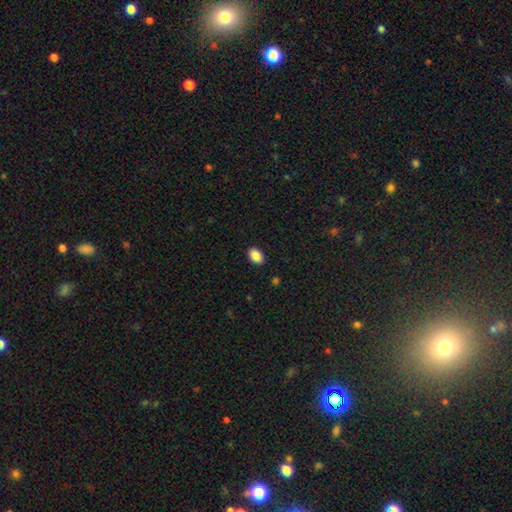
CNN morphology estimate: smooth 89%, star or artifact 8%, featured or disk 4%. Down the decision tree: how rounded — in between (83%); merging — none (90%).